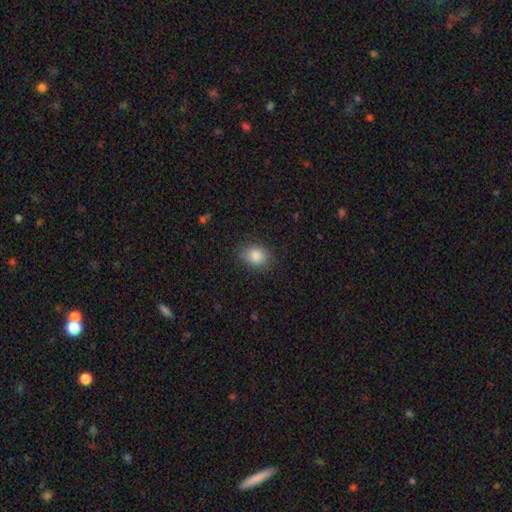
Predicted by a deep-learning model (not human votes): This is clearly a smooth galaxy (86%). How rounded: possibly in between (56%). Merging: clearly none (83%).